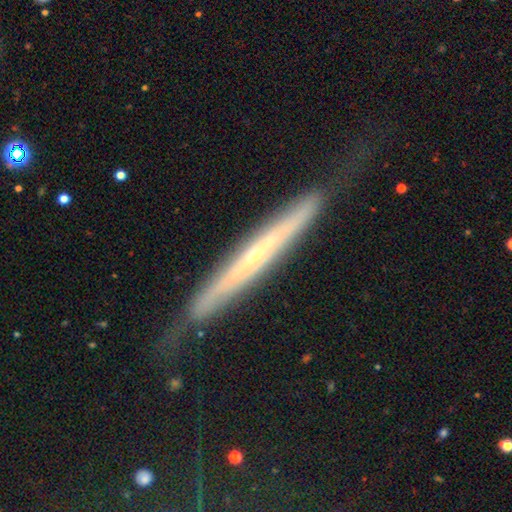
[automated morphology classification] Smooth or featured?
  - featured or disk: 76% *
  - smooth: 17%
  - star or artifact: 7%
Edge-on disk?
  - yes: 83% *
  - no: 17%
Edge-on bulge?
  - rounded: 57% *
  - none: 40%
  - boxy: 3%
Merging?
  - none: 70% *
  - minor disturbance: 21%
  - major disturbance: 8%
  - merger: 2%